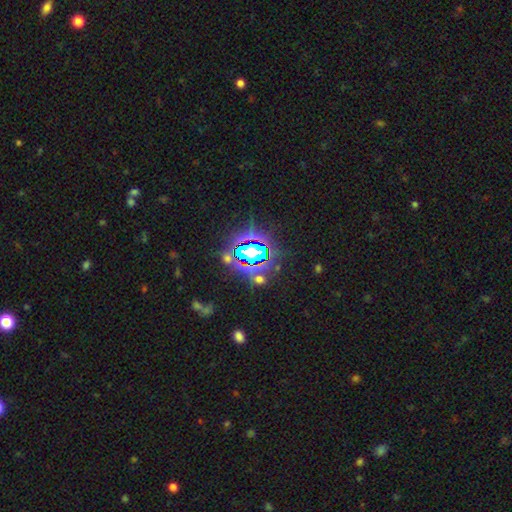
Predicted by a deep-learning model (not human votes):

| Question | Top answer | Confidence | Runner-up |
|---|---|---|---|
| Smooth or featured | star or artifact | 79% | smooth (13%) |